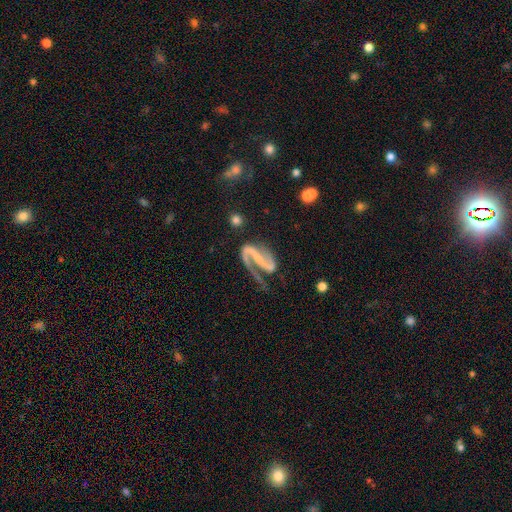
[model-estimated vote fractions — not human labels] Smooth or featured: featured or disk — 89% (smooth — 6%)
Edge-on disk: no — 97% (yes — 3%)
Bar: strong — 57% (weak — 26%)
Spiral arms: yes — 96% (no — 4%)
Spiral winding: medium — 43% (loose — 42%)
Spiral arm count: 2 — 74% (1 — 21%)
Bulge size: small — 45% (none — 41%)
Merging: none — 47% (major disturbance — 28%)